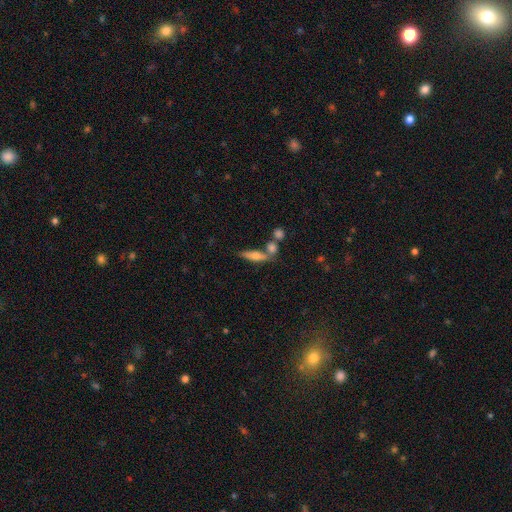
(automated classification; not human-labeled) Smooth or featured?
  - smooth: 56% *
  - featured or disk: 35%
  - star or artifact: 8%
How rounded?
  - cigar-shaped: 61% *
  - in between: 35%
  - round: 5%
Merging?
  - none: 54% *
  - merger: 28%
  - minor disturbance: 13%
  - major disturbance: 5%